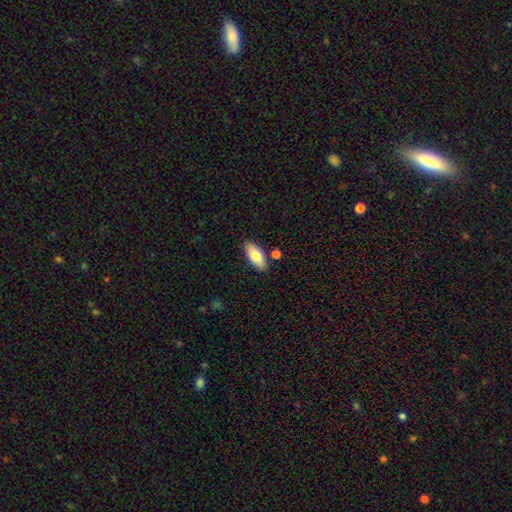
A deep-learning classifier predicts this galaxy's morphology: Smooth or featured? Predicted: smooth (p=0.78). How rounded? Predicted: in between (p=0.89). Merging? Predicted: none (p=0.82).